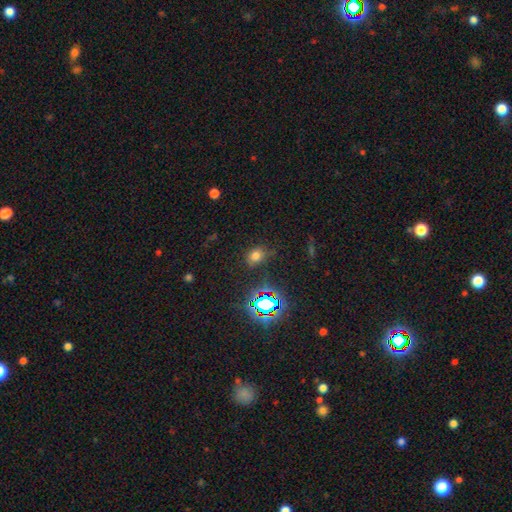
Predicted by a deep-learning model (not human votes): The model was most divided on "how rounded": round: 50%, in between: 48%, cigar-shaped: 2%. More confident: merging — none (75%); smooth or featured — smooth (65%).